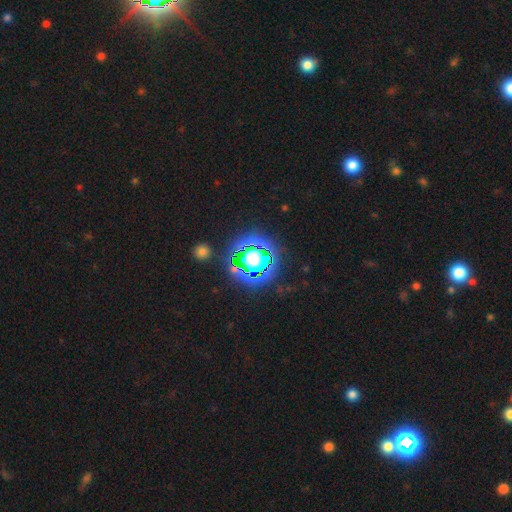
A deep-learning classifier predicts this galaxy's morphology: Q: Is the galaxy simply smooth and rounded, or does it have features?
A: star or artifact — 53%.